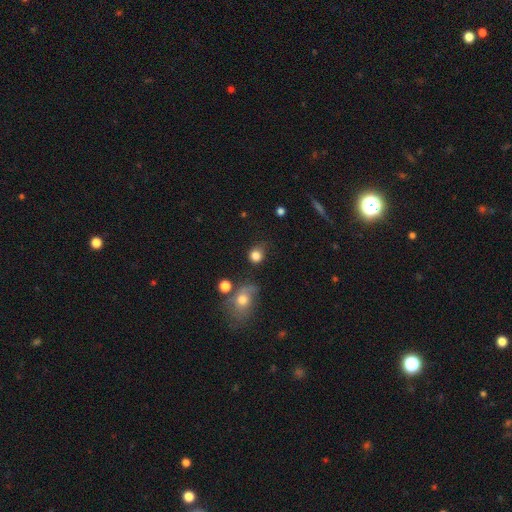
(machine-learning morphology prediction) Smooth or featured: smooth — 82% (star or artifact — 12%)
How rounded: round — 82% (in between — 17%)
Merging: none — 68% (minor disturbance — 19%)